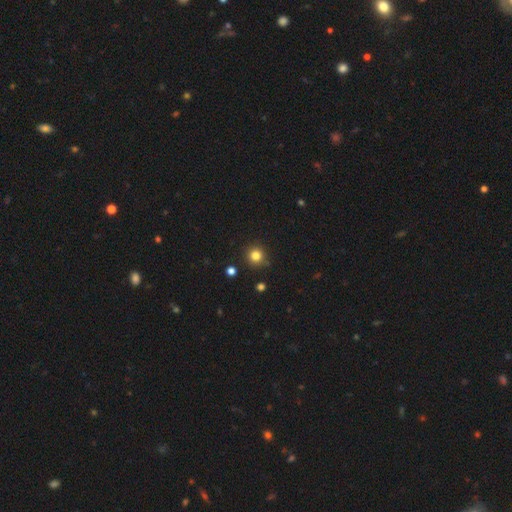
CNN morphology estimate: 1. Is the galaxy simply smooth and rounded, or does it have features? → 82% smooth, 13% star or artifact, 5% featured or disk.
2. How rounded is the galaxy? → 94% round, 5% in between, 1% cigar-shaped.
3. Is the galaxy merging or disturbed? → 88% none, 8% minor disturbance, 2% merger, 2% major disturbance.